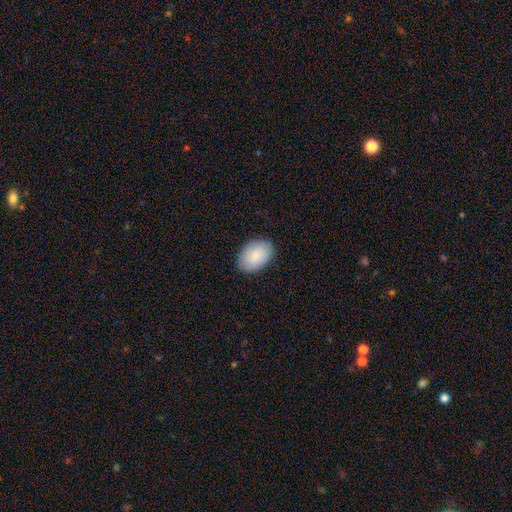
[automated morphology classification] Overall: smooth (87%). How rounded: in between (87%). Merging: none (88%).